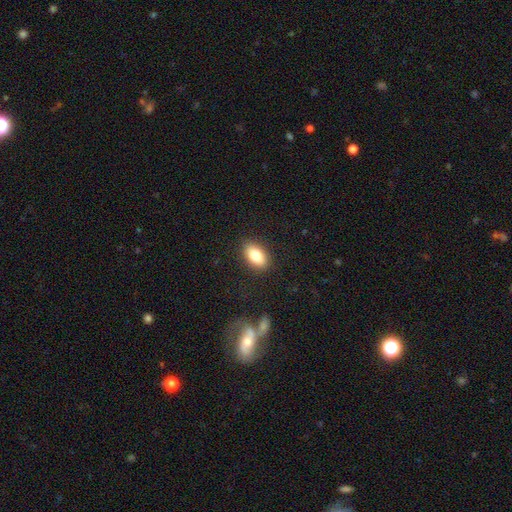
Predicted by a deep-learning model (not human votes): This appears to be a smooth galaxy with no disk features (82%) that is in between round and cigar-shaped (90%). Merging: none (87%).